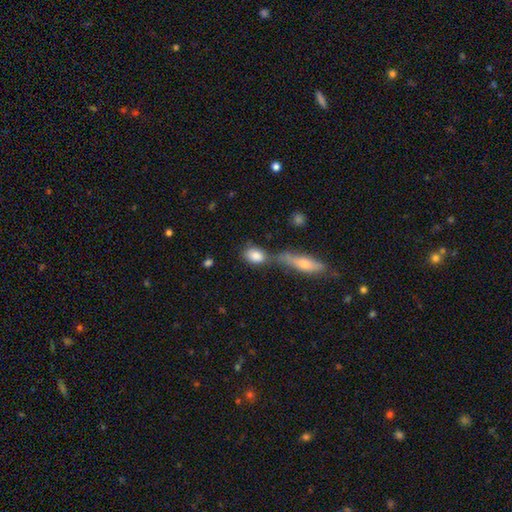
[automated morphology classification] Smooth or featured: smooth — 82% (featured or disk — 11%)
How rounded: in between — 76% (round — 19%)
Merging: none — 52% (merger — 28%)